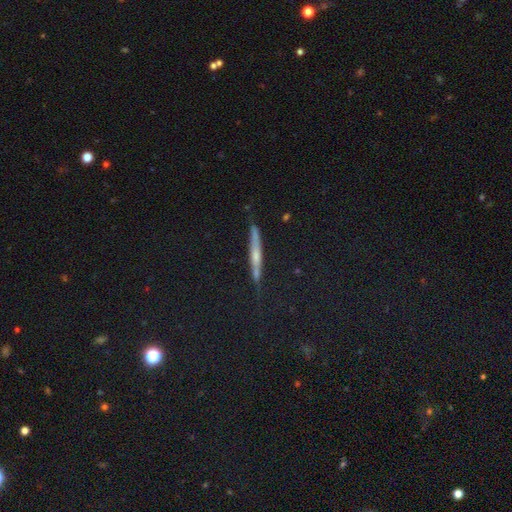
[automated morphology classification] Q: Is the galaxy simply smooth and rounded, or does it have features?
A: featured or disk — 46%.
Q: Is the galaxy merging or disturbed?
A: none — 82%.